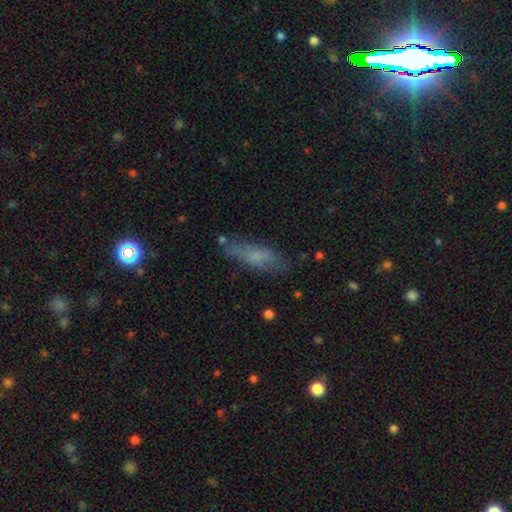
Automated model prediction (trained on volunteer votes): A smooth galaxy with no disk features (65%) that is cigar-shaped (55%). Merging: none (66%).